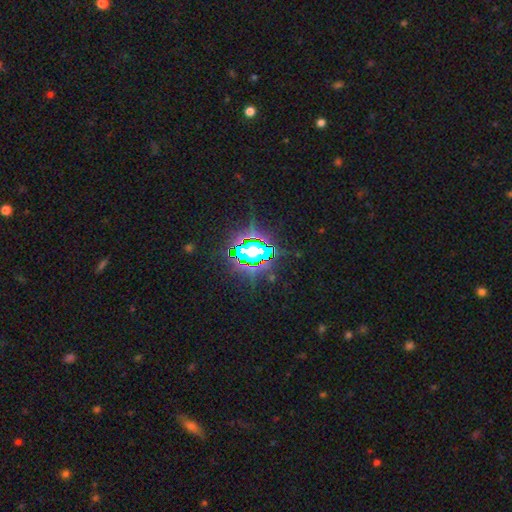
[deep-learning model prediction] Overall: star or artifact (74%).